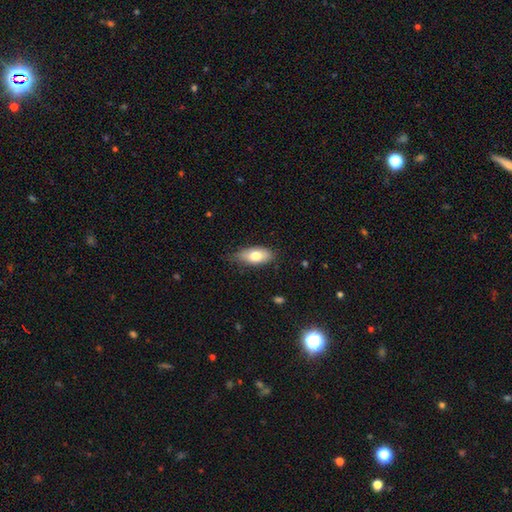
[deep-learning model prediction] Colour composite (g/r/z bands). It shows a smooth galaxy with no disk features (74%) that is in between round and cigar-shaped (87%). Merging: none (69%).